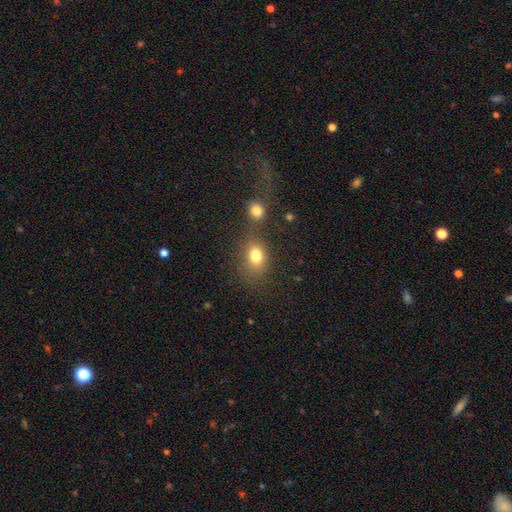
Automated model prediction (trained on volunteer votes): Smooth or featured: smooth — 79% (star or artifact — 12%)
How rounded: in between — 65% (round — 34%)
Merging: none — 54% (merger — 24%)